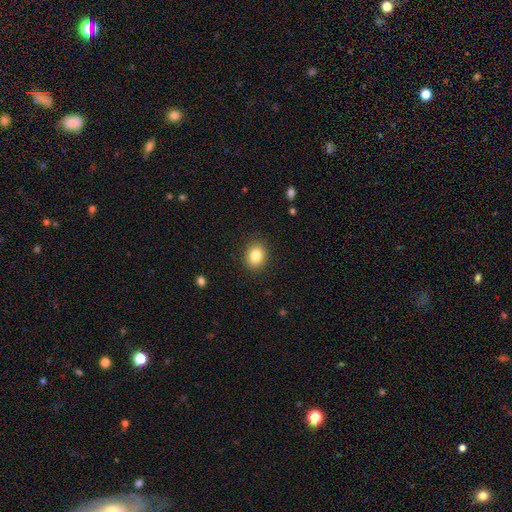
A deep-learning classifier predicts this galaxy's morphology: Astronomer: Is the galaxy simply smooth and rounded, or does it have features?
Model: smooth — 83%.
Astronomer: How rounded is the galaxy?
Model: round — 56% (runner-up: in between, 43%).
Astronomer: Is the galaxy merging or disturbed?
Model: none — 88%.